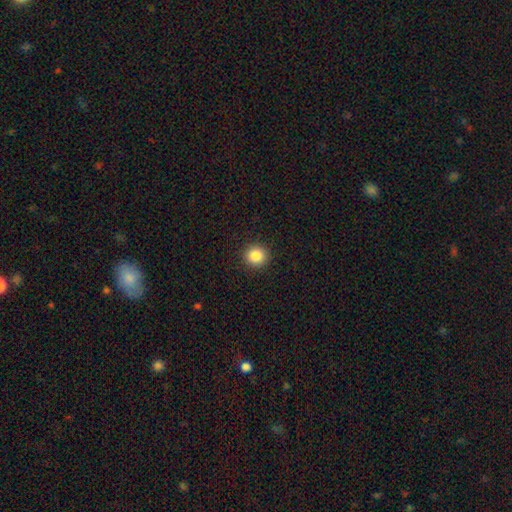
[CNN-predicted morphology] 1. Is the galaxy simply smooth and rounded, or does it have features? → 86% smooth, 10% star or artifact, 4% featured or disk.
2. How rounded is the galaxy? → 89% round, 10% in between, 1% cigar-shaped.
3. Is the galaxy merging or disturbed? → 92% none, 6% minor disturbance, 2% major disturbance, 1% merger.